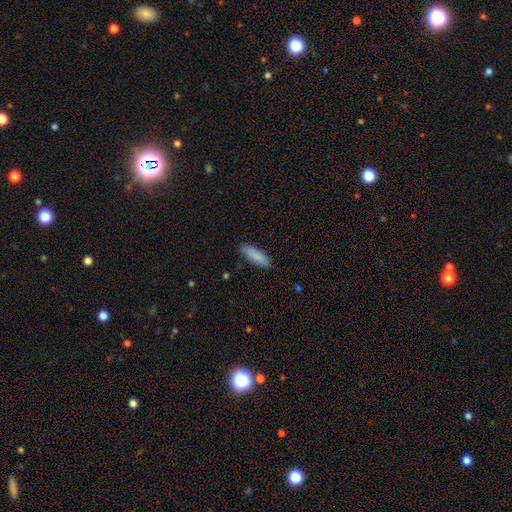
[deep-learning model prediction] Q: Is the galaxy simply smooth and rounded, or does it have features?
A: smooth — 85%.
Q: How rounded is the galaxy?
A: cigar-shaped — 55%.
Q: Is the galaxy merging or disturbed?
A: none — 83%.